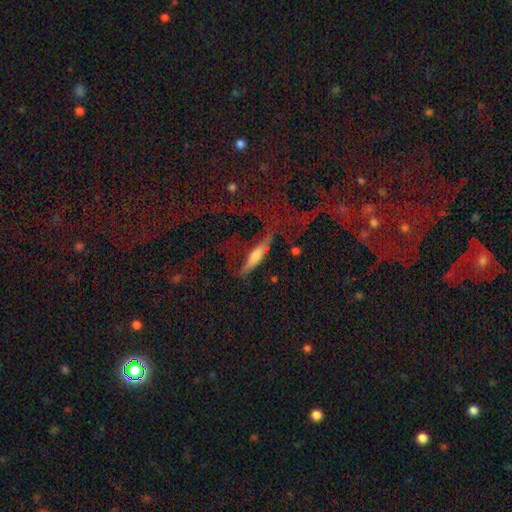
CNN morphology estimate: featured or disk 46%, smooth 44%, star or artifact 11%. Down the decision tree: merging — none (65%).